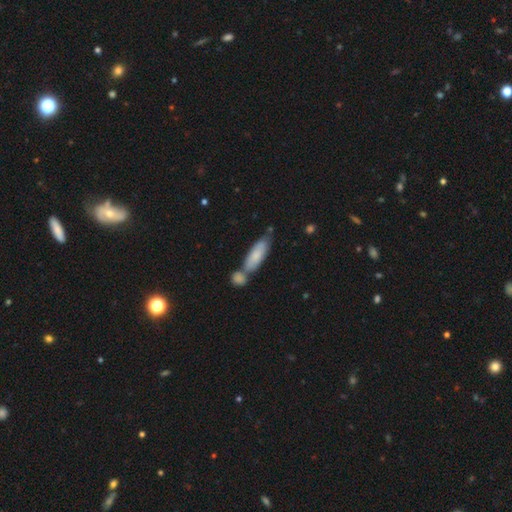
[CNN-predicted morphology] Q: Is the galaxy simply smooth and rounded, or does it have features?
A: smooth — 74%.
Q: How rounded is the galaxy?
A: in between — 56%.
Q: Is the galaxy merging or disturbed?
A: none — 46%.